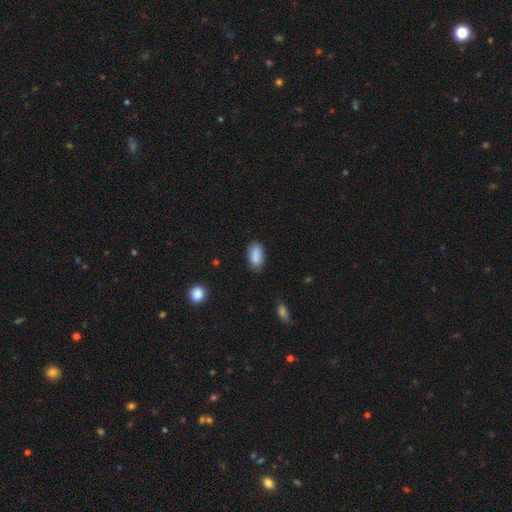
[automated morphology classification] smooth_or_featured: smooth (p=0.88) [alt: star or artifact p=0.07]
how_rounded: in between (p=0.92) [alt: cigar-shaped p=0.05]
merging: none (p=0.76) [alt: minor disturbance p=0.19]